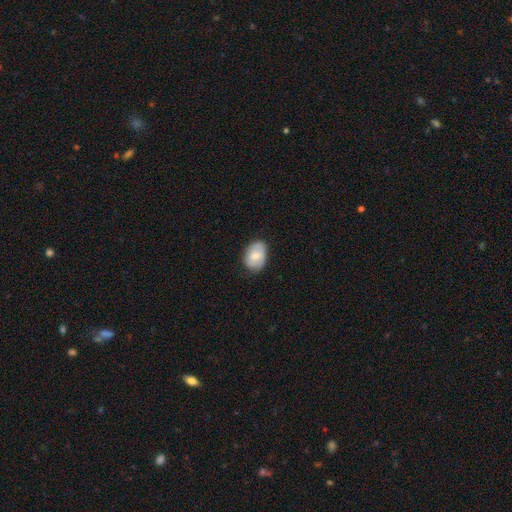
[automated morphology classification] Overall: smooth (69%). How rounded: in between (78%). Merging: none (75%).